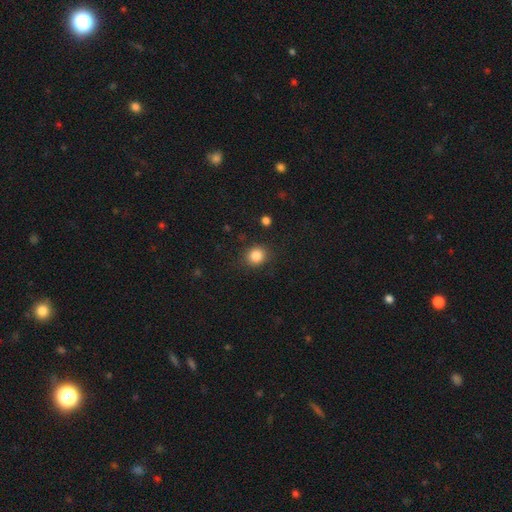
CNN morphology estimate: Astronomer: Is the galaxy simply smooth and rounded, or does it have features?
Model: smooth — 85%.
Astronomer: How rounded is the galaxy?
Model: round — 80%.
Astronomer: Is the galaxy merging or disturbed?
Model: none — 86%.